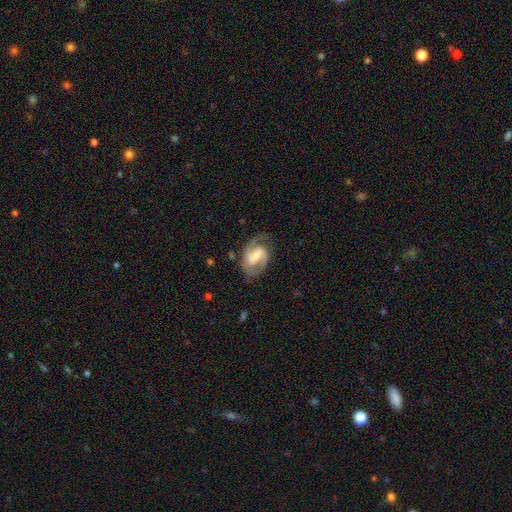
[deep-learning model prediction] The model was most divided on "bulge size": small: 38%, moderate: 33%, none: 18%, large: 10%, dominant: 2%. Remaining: edge-on disk — no (98%); spiral arms — yes (96%); spiral arm count — 2 (89%); smooth or featured — featured or disk (85%); merging — none (75%); spiral winding — medium (54%); bar — weak (47%).